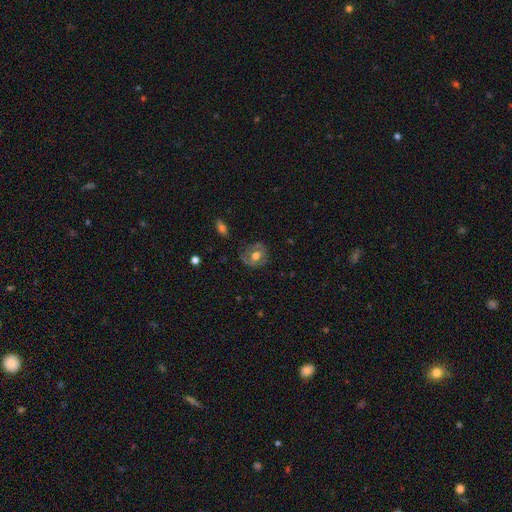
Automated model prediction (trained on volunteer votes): smooth 47%, featured or disk 45%, star or artifact 8%. Down the decision tree: merging — none (69%).